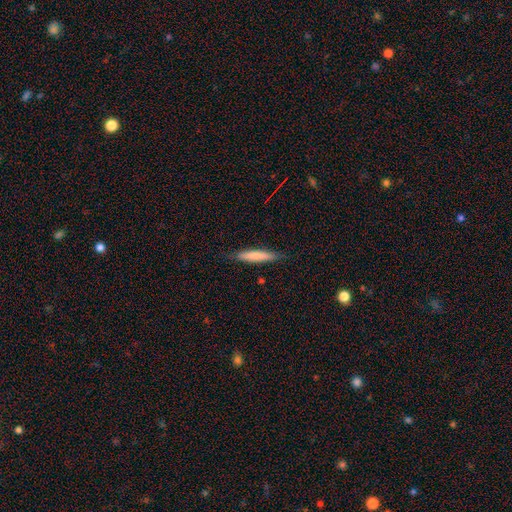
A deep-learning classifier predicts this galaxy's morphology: Smooth or featured? Predicted: smooth (p=0.76). How rounded? Predicted: cigar-shaped (p=0.90). Merging? Predicted: none (p=0.85).